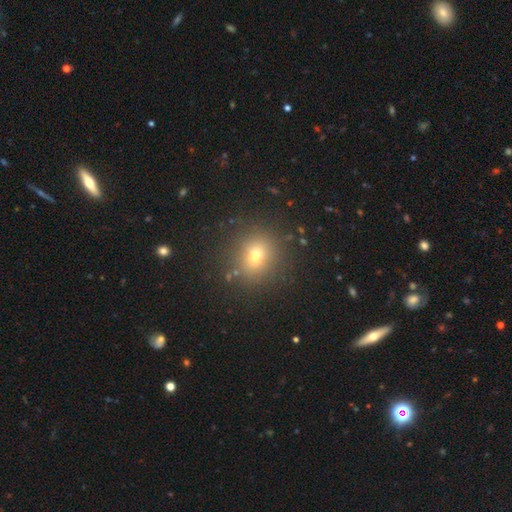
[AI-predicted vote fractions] Q: Smooth or featured?
A: smooth (68%); runner-up: star or artifact (21%)
Q: How rounded?
A: round (79%); runner-up: in between (20%)
Q: Merging?
A: none (87%); runner-up: minor disturbance (8%)